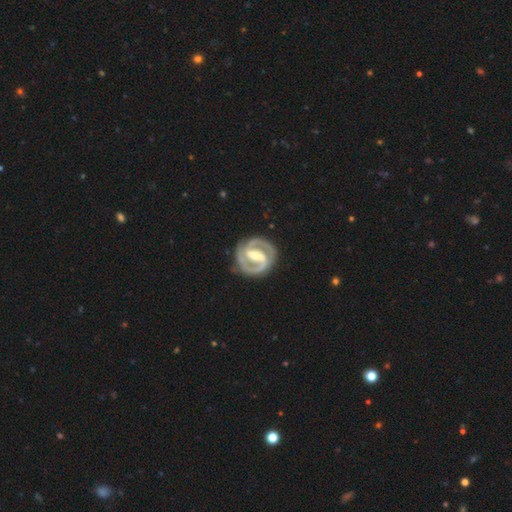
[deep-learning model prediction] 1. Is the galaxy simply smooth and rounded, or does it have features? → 92% featured or disk, 5% smooth, 3% star or artifact.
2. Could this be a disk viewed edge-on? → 98% no, 2% yes.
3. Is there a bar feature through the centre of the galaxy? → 66% strong, 27% weak, 7% no.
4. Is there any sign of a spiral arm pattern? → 97% yes, 3% no.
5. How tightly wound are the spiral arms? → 54% tight, 41% medium, 6% loose.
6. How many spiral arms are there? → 93% 2, 2% can't tell, 2% 3, 1% 1, 1% 4, 1% more than 4.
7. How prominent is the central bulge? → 52% moderate, 27% small, 13% large, 6% none, 2% dominant.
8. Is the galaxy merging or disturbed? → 84% none, 11% minor disturbance, 4% major disturbance, 1% merger.